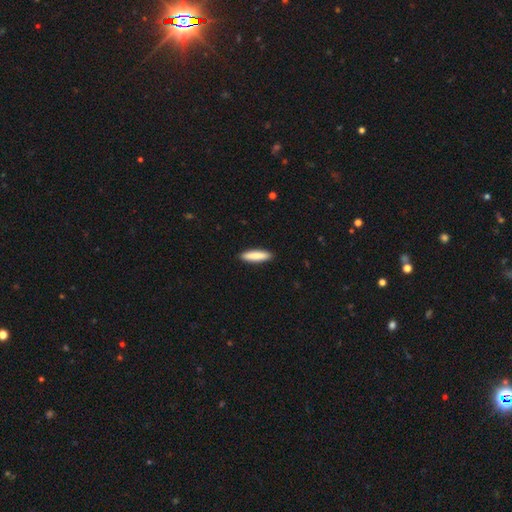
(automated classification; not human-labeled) A smooth galaxy with no disk features (86%) that is cigar-shaped (78%). Merging: none (91%).